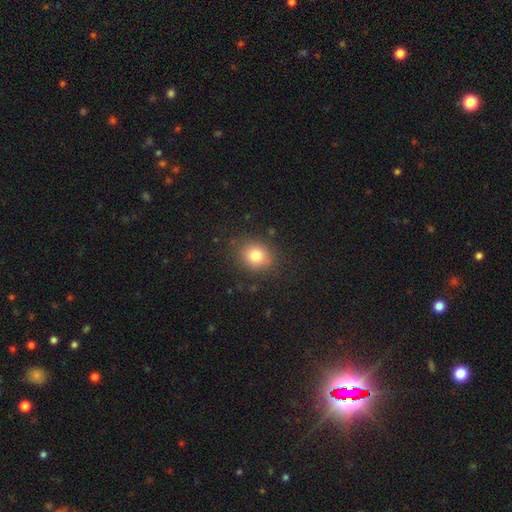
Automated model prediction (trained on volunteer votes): Smooth or featured: smooth — 80% (star or artifact — 11%)
How rounded: round — 67% (in between — 32%)
Merging: none — 84% (minor disturbance — 11%)